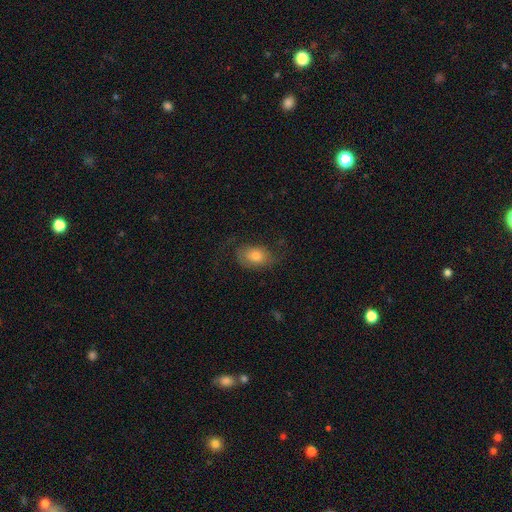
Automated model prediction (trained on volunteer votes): Overall: smooth (66%). How rounded: in between (81%). Merging: none (55%; minor disturbance 24%).